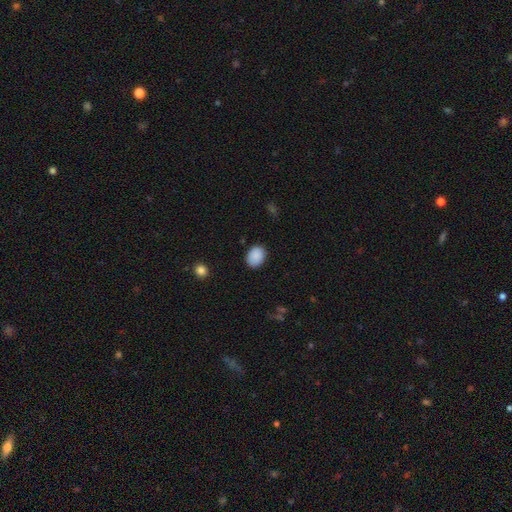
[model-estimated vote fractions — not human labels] This appears to be a smooth galaxy with no disk features (89%) that is in between round and cigar-shaped (66%). Merging: none (84%).